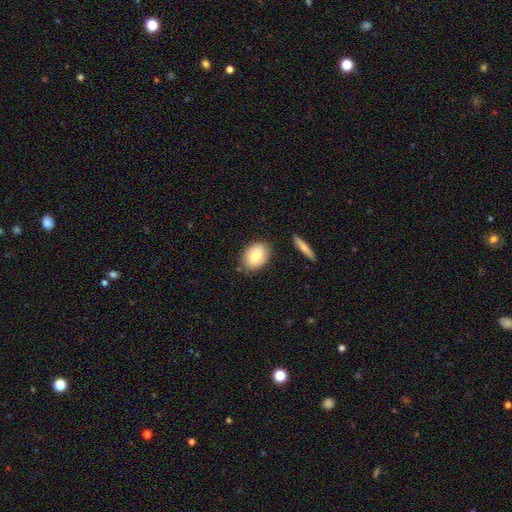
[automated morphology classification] A smooth galaxy with no disk features (78%) that is in between round and cigar-shaped (76%).

Vote fractions:
- Smooth or featured? smooth: 78% / featured or disk: 16% / star or artifact: 6%
- How rounded? in between: 76% / round: 23% / cigar-shaped: 1%
- Merging? none: 78% / minor disturbance: 16% / major disturbance: 3% / merger: 3%